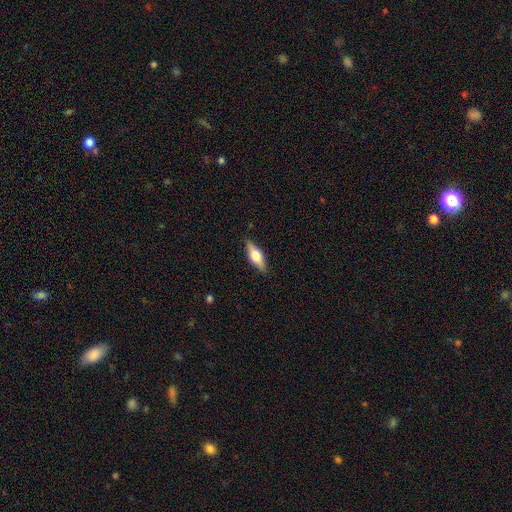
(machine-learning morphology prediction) Smooth or featured? Predicted: featured or disk (p=0.48). Merging? Predicted: none (p=0.87).